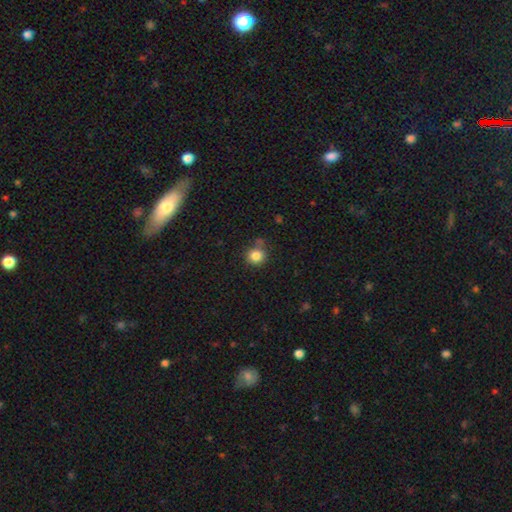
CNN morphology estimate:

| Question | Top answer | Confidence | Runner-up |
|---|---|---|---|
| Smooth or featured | smooth | 84% | star or artifact (11%) |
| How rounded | round | 90% | in between (9%) |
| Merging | none | 72% | minor disturbance (13%) |